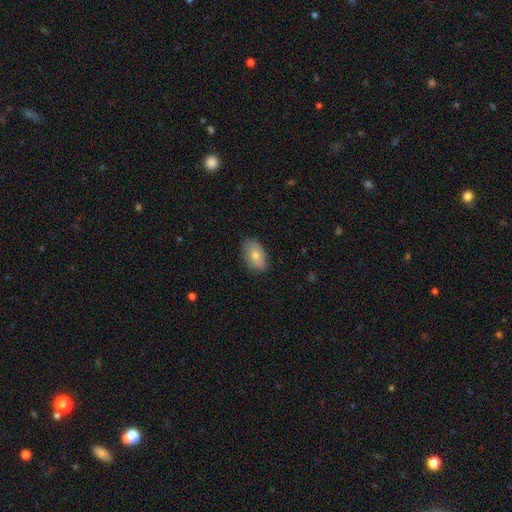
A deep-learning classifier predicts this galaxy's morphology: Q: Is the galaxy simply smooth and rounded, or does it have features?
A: smooth — 78%.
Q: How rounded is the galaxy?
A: in between — 91%.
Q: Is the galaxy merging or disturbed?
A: none — 82%.